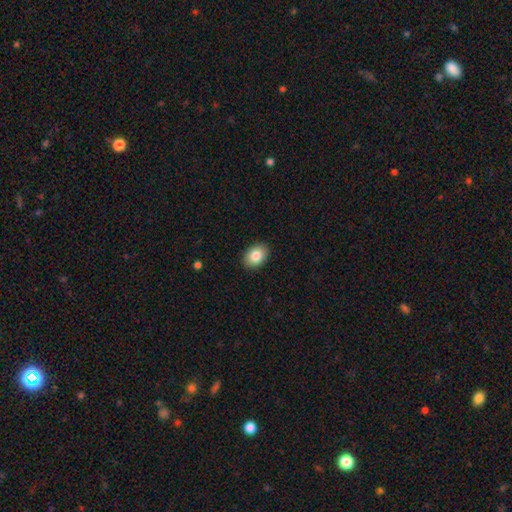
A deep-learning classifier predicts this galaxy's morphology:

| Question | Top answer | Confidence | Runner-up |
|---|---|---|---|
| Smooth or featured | smooth | 85% | featured or disk (8%) |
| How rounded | in between | 80% | round (19%) |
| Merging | none | 90% | minor disturbance (7%) |